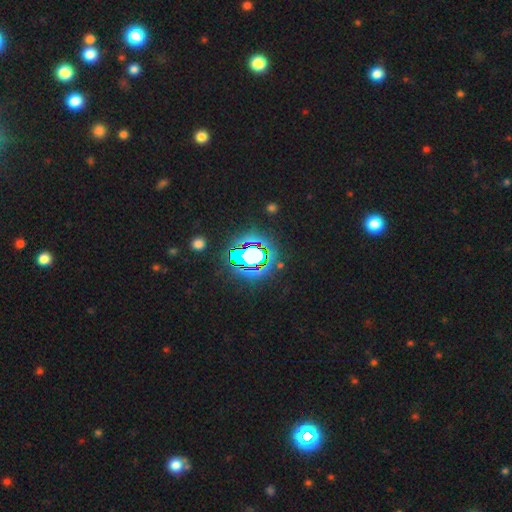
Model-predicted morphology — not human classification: star or artifact 72%, smooth 16%, featured or disk 12%.